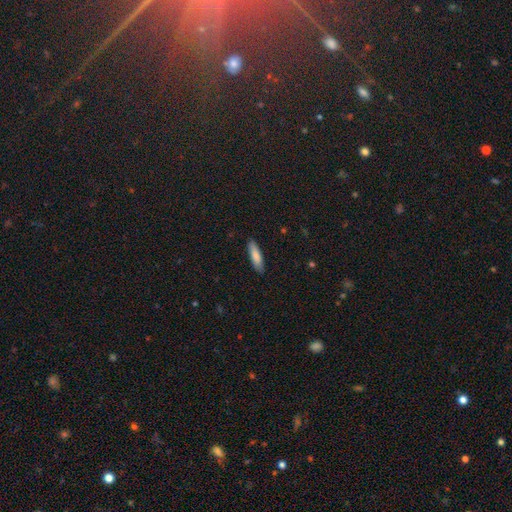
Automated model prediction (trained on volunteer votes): Smooth or featured?
  - smooth: 83% *
  - featured or disk: 11%
  - star or artifact: 6%
How rounded?
  - cigar-shaped: 69% *
  - in between: 29%
  - round: 1%
Merging?
  - none: 88% *
  - minor disturbance: 9%
  - major disturbance: 2%
  - merger: 1%